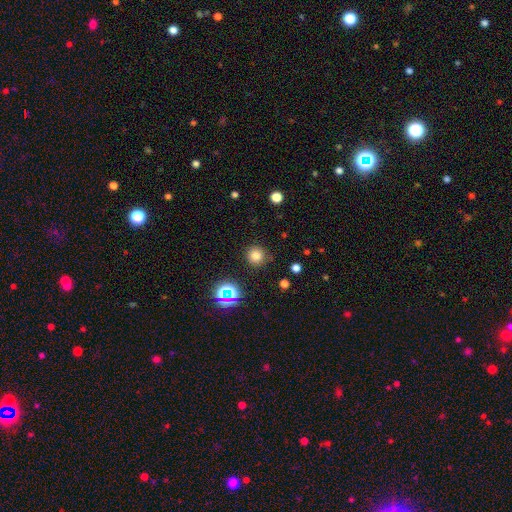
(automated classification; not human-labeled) Smooth or featured: smooth — 74% (star or artifact — 19%)
How rounded: round — 95% (in between — 4%)
Merging: none — 87% (minor disturbance — 8%)